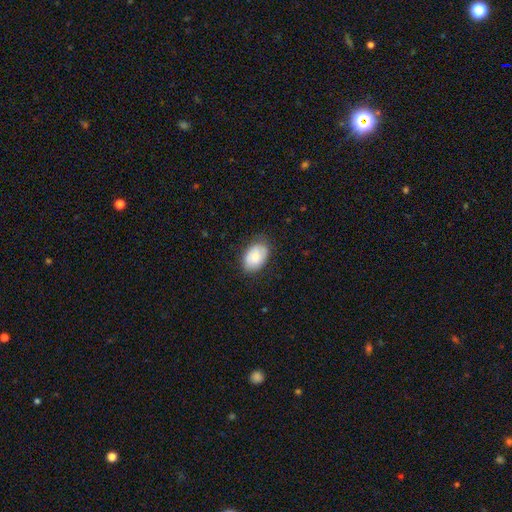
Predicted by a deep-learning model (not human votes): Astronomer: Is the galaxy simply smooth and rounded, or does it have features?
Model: smooth — 76%.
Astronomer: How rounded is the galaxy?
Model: in between — 88%.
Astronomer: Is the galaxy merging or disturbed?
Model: none — 75%.